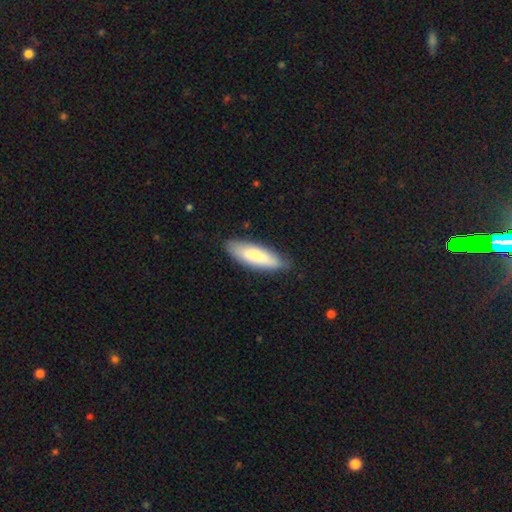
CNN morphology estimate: smooth-or-featured: smooth: 77% | featured or disk: 17% | star or artifact: 5%
  how-rounded: cigar-shaped: 50% | in between: 48% | round: 2%
  merging: none: 83% | minor disturbance: 14% | major disturbance: 3% | merger: 1%